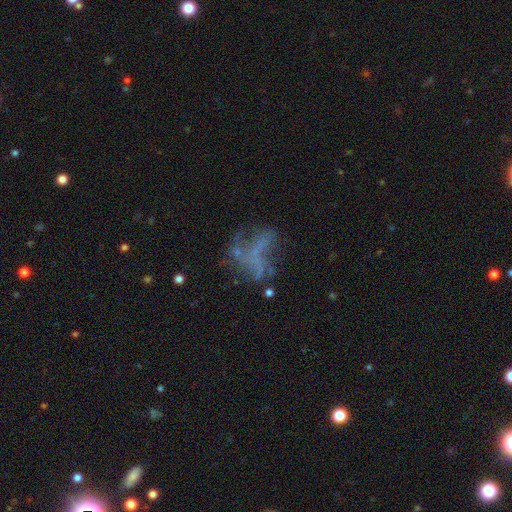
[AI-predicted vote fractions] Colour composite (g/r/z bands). It shows a featured or disk galaxy (54%) with no bar (82%), no spiral arms (80%) and no central bulge (84%). Merging: none (41%).